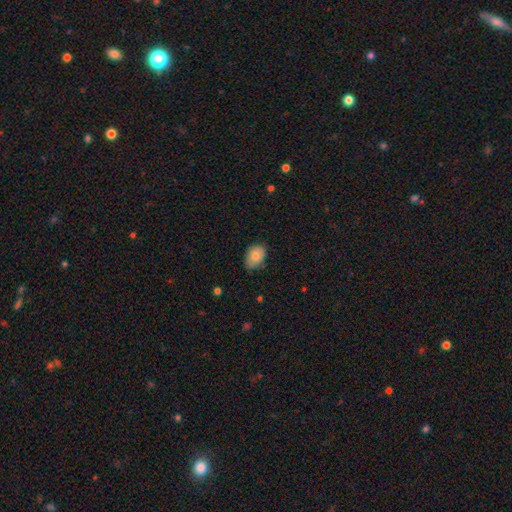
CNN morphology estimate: Overall: smooth (83%). How rounded: in between (78%). Merging: none (71%).